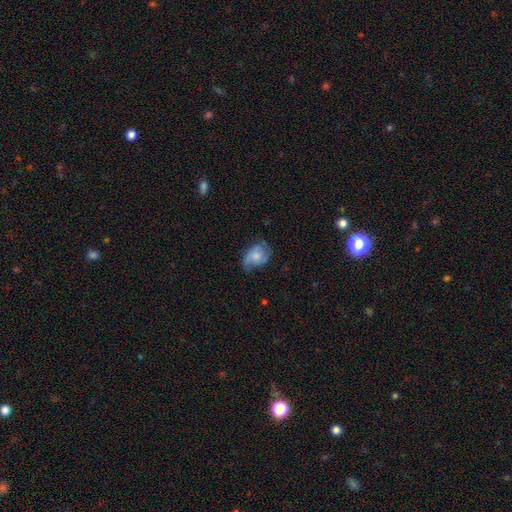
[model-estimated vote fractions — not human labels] This appears to be a featured or disk galaxy (46%, tied with smooth). Merging: none (49%).